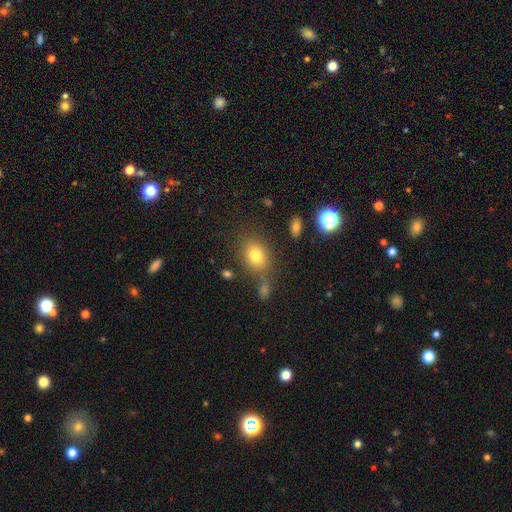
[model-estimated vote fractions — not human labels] Q: Smooth or featured?
A: smooth (79%); runner-up: star or artifact (11%)
Q: How rounded?
A: in between (60%); runner-up: round (38%)
Q: Merging?
A: none (66%); runner-up: minor disturbance (14%)